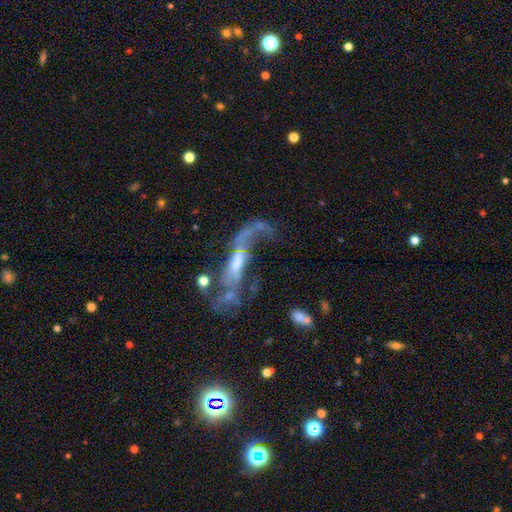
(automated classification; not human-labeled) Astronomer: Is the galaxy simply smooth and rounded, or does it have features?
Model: featured or disk — 75%.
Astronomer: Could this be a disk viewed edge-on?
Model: no — 74%.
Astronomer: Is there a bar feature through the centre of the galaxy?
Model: no — 46% (runner-up: weak, 33%).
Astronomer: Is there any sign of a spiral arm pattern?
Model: yes — 77%.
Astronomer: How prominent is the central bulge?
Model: moderate — 42% (runner-up: small, 41%).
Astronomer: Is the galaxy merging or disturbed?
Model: major disturbance — 35% (runner-up: none, 31%).